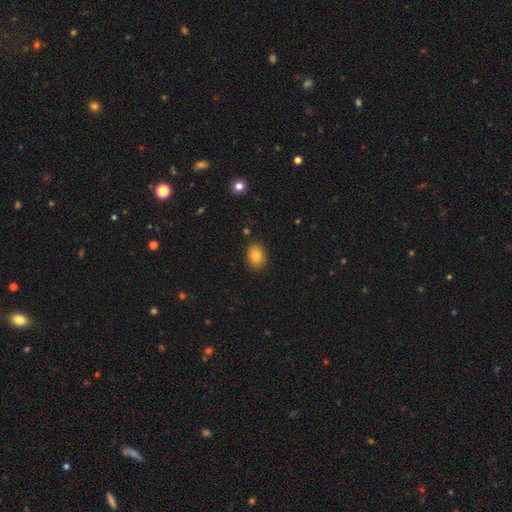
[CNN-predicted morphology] Smooth or featured?
  - smooth: 83% *
  - star or artifact: 9%
  - featured or disk: 8%
How rounded?
  - in between: 69% *
  - round: 30%
  - cigar-shaped: 1%
Merging?
  - none: 87% *
  - minor disturbance: 9%
  - major disturbance: 2%
  - merger: 1%